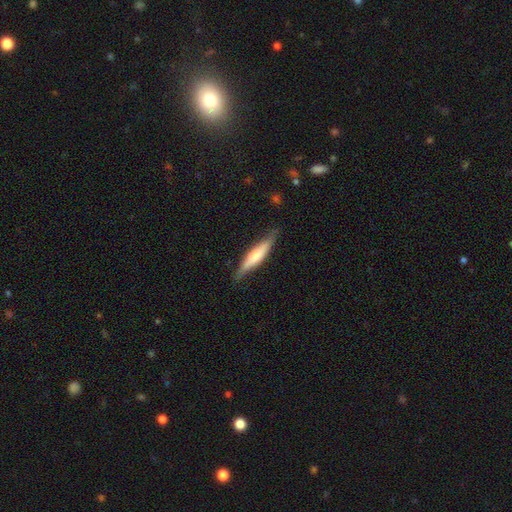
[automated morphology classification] The model was most divided on "smooth or featured": smooth: 50%, featured or disk: 44%, star or artifact: 5%. More confident: how rounded — cigar-shaped (84%); merging — none (81%).